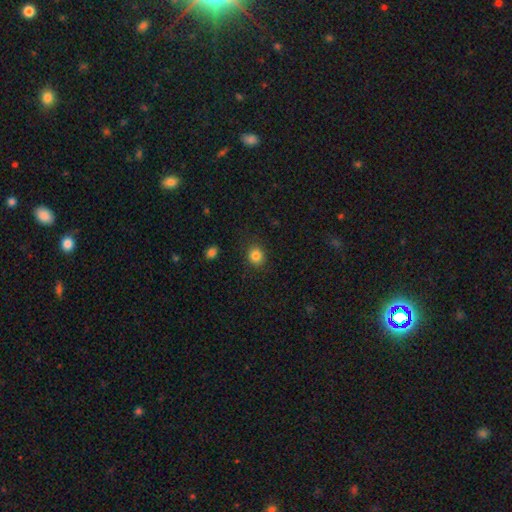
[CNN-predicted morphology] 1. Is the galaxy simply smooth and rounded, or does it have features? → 83% smooth, 11% star or artifact, 6% featured or disk.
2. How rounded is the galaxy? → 77% round, 23% in between, 1% cigar-shaped.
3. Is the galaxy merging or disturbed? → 88% none, 8% minor disturbance, 3% major disturbance, 1% merger.